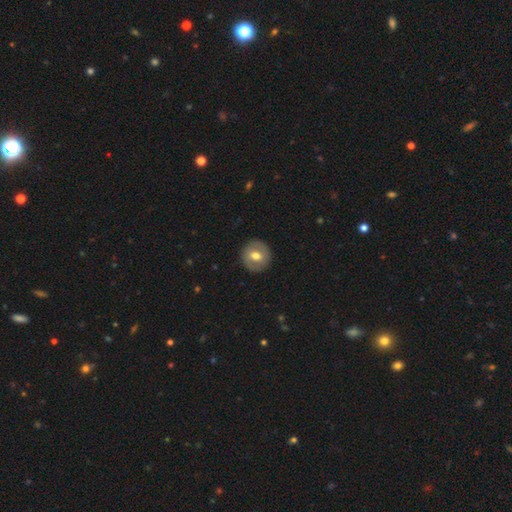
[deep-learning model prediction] A smooth galaxy with no disk features (57%) that is round (91%).

Vote fractions:
- Smooth or featured? smooth: 57% / featured or disk: 37% / star or artifact: 7%
- How rounded? round: 91% / in between: 8% / cigar-shaped: 1%
- Merging? none: 90% / minor disturbance: 7% / major disturbance: 2% / merger: 1%